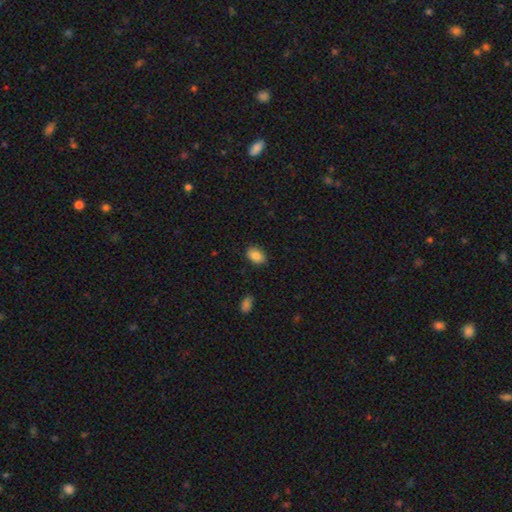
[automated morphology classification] Q: Smooth or featured?
A: smooth (86%); runner-up: star or artifact (8%)
Q: How rounded?
A: in between (85%); runner-up: round (14%)
Q: Merging?
A: none (85%); runner-up: minor disturbance (11%)